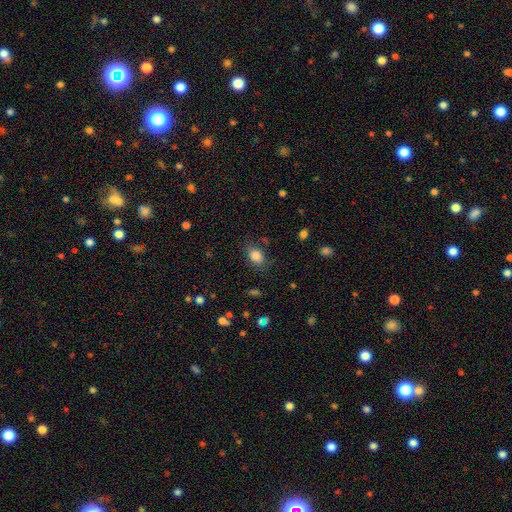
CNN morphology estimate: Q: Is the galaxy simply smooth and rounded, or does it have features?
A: smooth — 84%.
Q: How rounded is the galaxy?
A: in between — 71%.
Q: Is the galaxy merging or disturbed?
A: none — 72%.